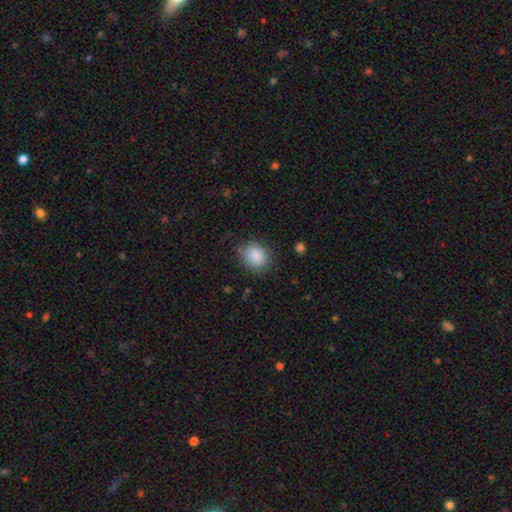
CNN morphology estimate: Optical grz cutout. It shows a smooth galaxy with no disk features (87%) that is round (55%). Merging: none (78%).